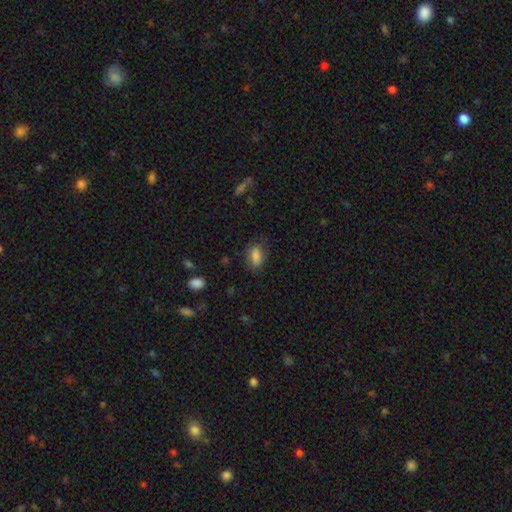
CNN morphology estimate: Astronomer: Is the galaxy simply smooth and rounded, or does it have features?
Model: smooth — 85%.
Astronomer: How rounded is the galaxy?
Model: in between — 87%.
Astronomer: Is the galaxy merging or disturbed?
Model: none — 77%.